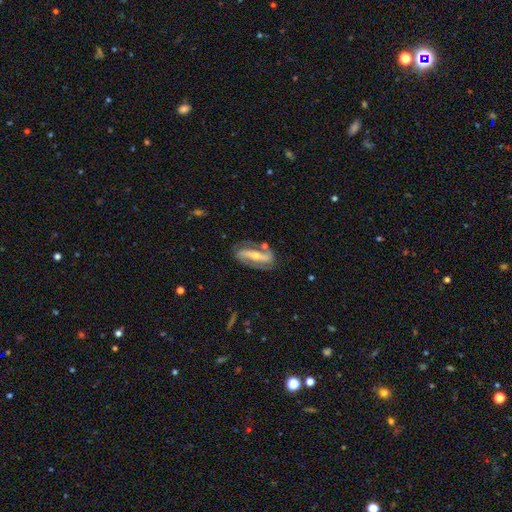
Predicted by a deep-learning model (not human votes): Smooth or featured? Predicted: featured or disk (p=0.82). Edge-on disk? Predicted: no (p=0.84). Bar? Predicted: strong (p=0.66). Spiral arms? Predicted: yes (p=0.86). Spiral winding? Predicted: medium (p=0.41). Spiral arm count? Predicted: 2 (p=0.88). Bulge size? Predicted: small (p=0.47, tied with moderate). Merging? Predicted: none (p=0.72).